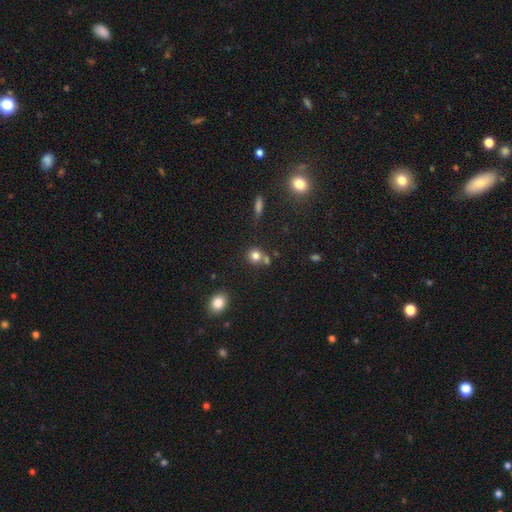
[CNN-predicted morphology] A smooth galaxy with no disk features (78%) that is round (86%).

Vote fractions:
- Smooth or featured? smooth: 78% / star or artifact: 13% / featured or disk: 9%
- How rounded? round: 86% / in between: 12% / cigar-shaped: 1%
- Merging? none: 57% / merger: 29% / minor disturbance: 10% / major disturbance: 4%